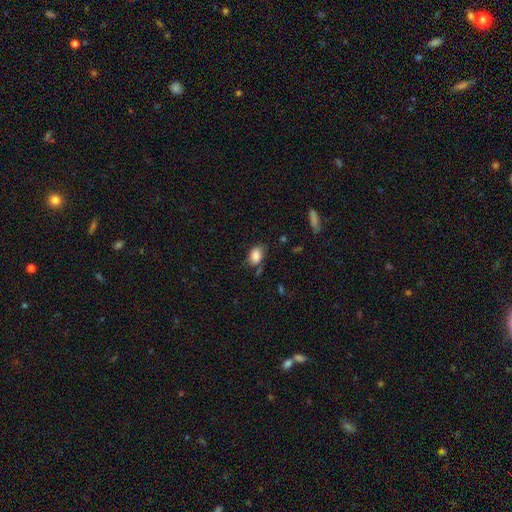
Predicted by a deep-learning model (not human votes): This is clearly a smooth galaxy (85%). How rounded: likely in between (75%). Merging: possibly none (58%).